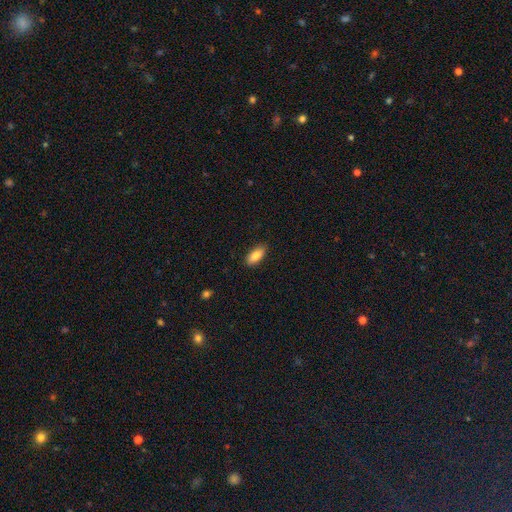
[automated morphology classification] This appears to be a smooth galaxy with no disk features (84%) that is in between round and cigar-shaped (85%). Merging: none (88%).